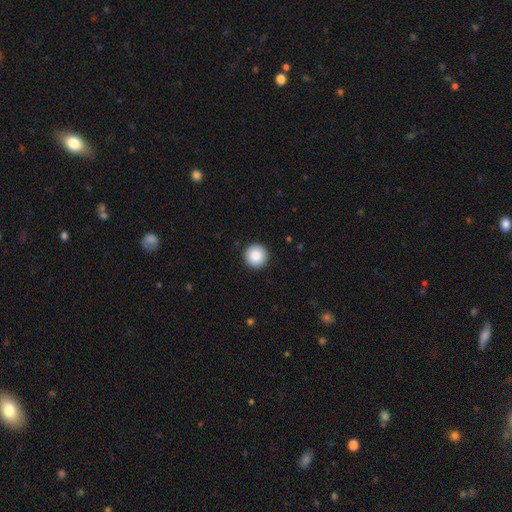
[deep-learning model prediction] Q: Smooth or featured?
A: smooth (88%); runner-up: star or artifact (8%)
Q: How rounded?
A: round (97%); runner-up: in between (2%)
Q: Merging?
A: none (93%); runner-up: minor disturbance (4%)